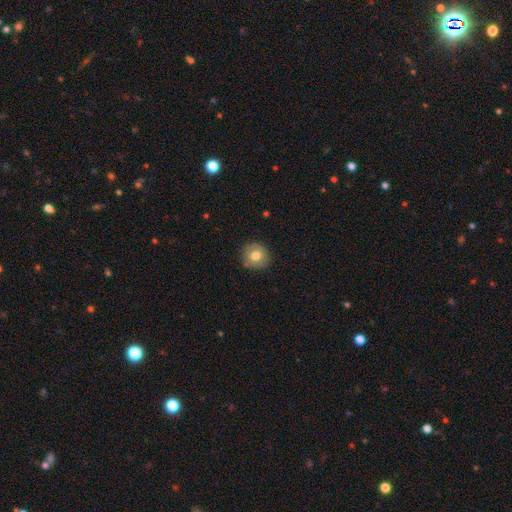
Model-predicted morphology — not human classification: smooth_or_featured: smooth (p=0.74) [alt: featured or disk p=0.18]
how_rounded: round (p=0.86) [alt: in between p=0.13]
merging: none (p=0.86) [alt: minor disturbance p=0.11]